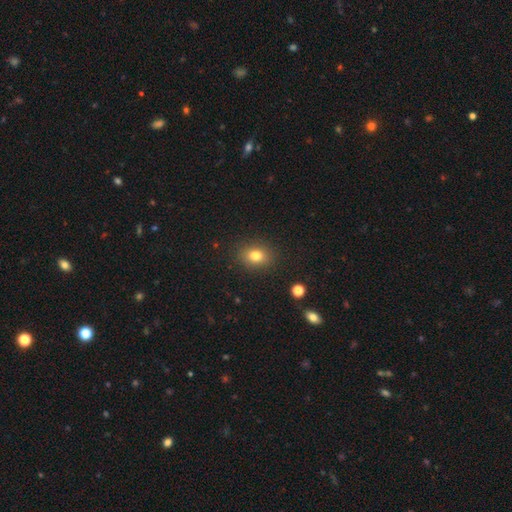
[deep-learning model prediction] A smooth galaxy with no disk features (80%) that is in between round and cigar-shaped (54%). Merging: none (88%).